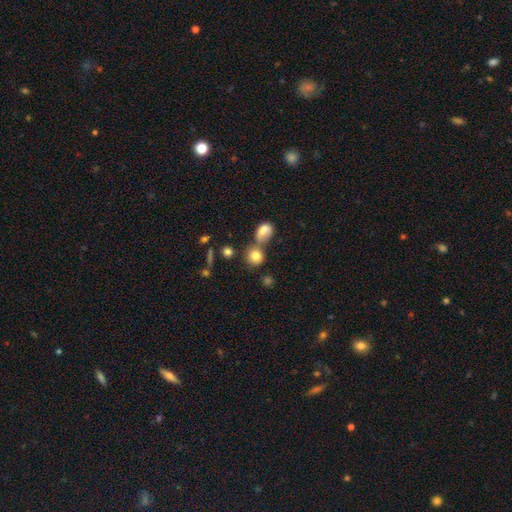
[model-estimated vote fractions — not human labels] Overall: smooth (80%). How rounded: round (79%). Merging: none (54%; merger 31%).